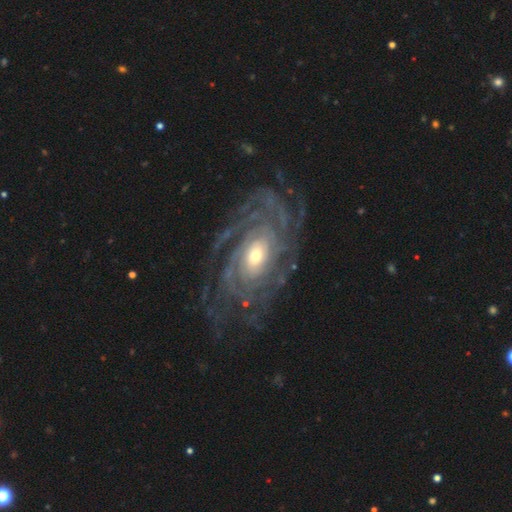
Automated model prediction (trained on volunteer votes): A featured or disk galaxy (90%) with no bar (68%), tight (74%) spiral arms (97%) and a moderate central bulge (48%). Merging: none (71%).